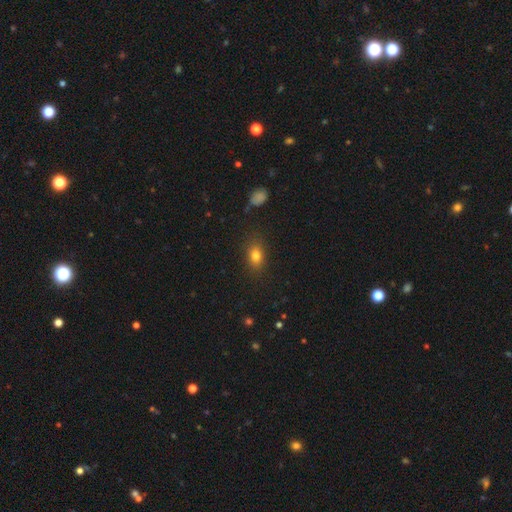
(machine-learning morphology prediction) A smooth galaxy with no disk features (79%) that is in between round and cigar-shaped (72%). Merging: none (82%).